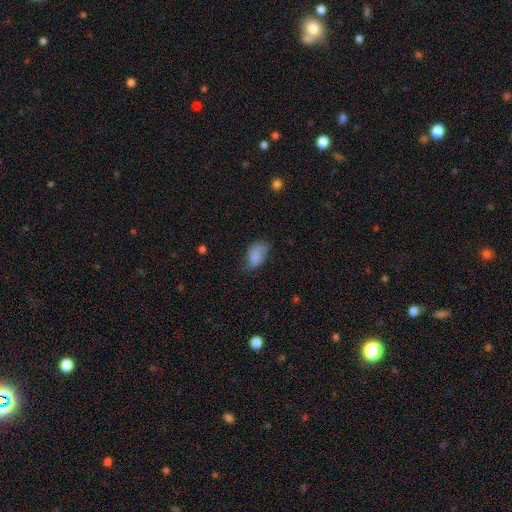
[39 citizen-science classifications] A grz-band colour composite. It shows a smooth galaxy with no disk features (77%) that is in between round and cigar-shaped (93%). Merging: none (32%, tied with major disturbance).